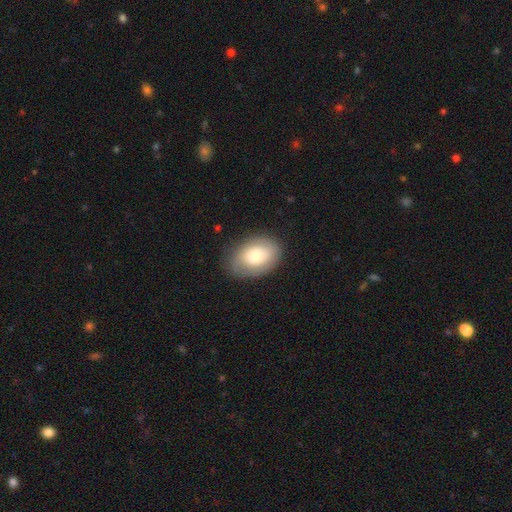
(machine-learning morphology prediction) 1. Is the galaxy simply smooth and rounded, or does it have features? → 69% smooth, 24% featured or disk, 7% star or artifact.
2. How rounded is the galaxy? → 81% in between, 18% round, 1% cigar-shaped.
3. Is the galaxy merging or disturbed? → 78% none, 16% minor disturbance, 5% major disturbance, 1% merger.